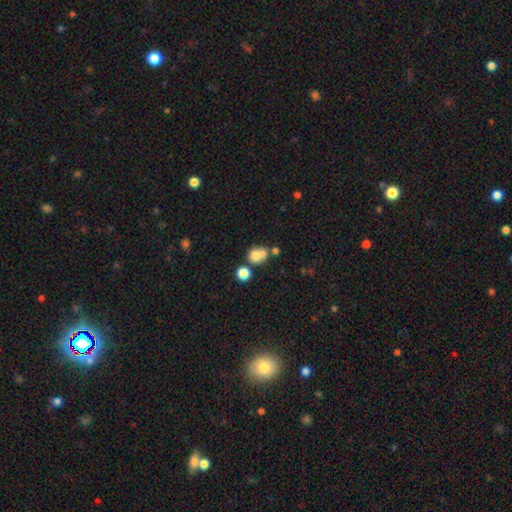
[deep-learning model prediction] This is likely a smooth galaxy (72%). How rounded: likely round (71%). Merging: possibly merger (47%).